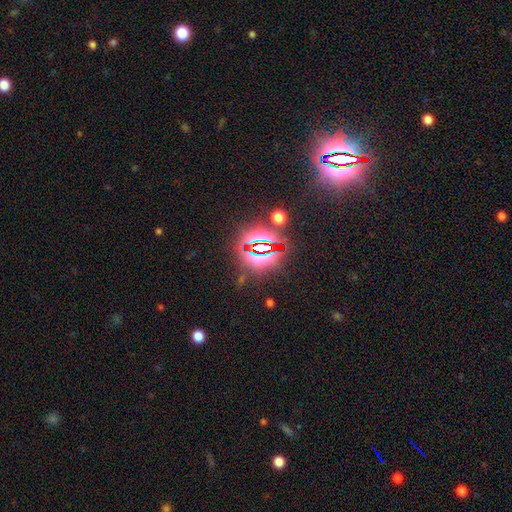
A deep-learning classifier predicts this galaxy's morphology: star or artifact 83%, smooth 10%, featured or disk 8%.